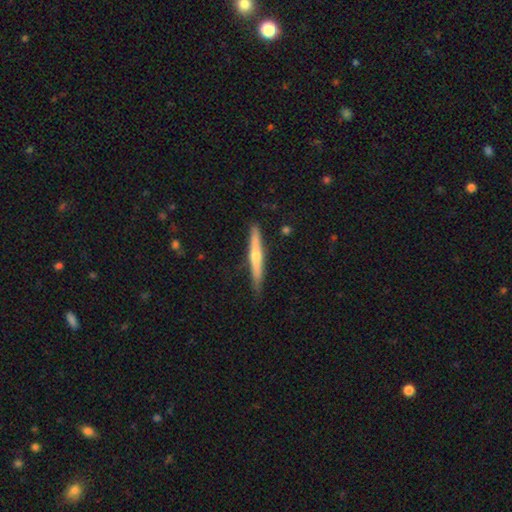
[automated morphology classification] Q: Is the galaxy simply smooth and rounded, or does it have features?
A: featured or disk — 57%.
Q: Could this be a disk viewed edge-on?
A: yes — 97%.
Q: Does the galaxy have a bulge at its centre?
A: rounded — 81%.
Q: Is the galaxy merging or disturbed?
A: none — 87%.